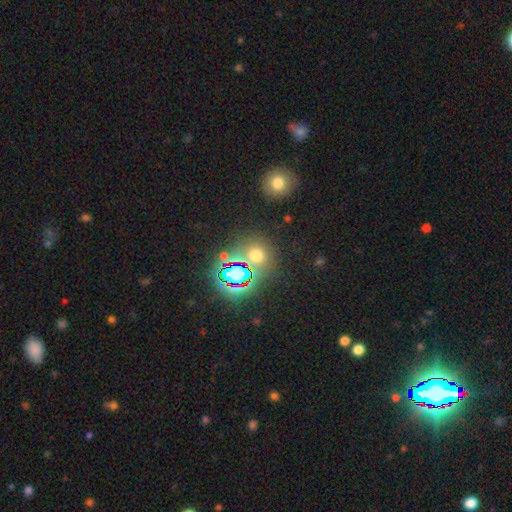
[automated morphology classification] smooth-or-featured: smooth: 53% | star or artifact: 39% | featured or disk: 8%
  how-rounded: round: 85% | in between: 14% | cigar-shaped: 1%
  merging: none: 75% | merger: 11% | minor disturbance: 9% | major disturbance: 5%